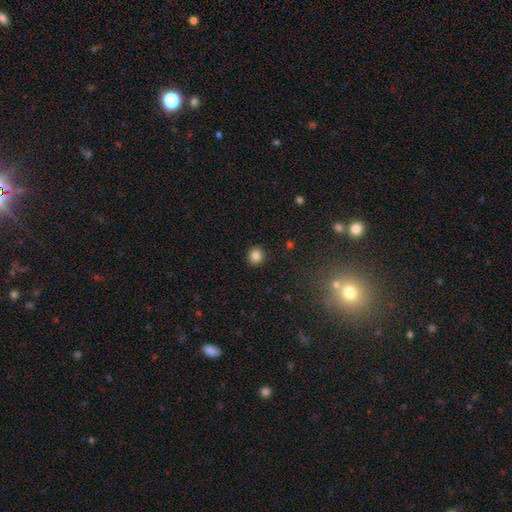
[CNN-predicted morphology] Smooth or featured? Predicted: smooth (p=0.83). How rounded? Predicted: round (p=0.87). Merging? Predicted: none (p=0.92).